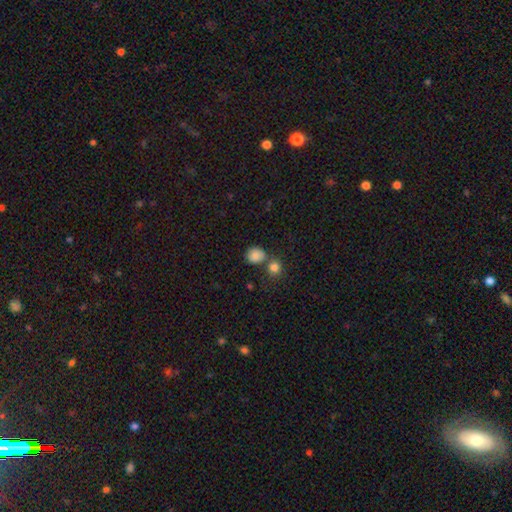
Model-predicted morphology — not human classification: Overall: smooth (84%). How rounded: round (74%). Merging: none (57%; merger 27%).